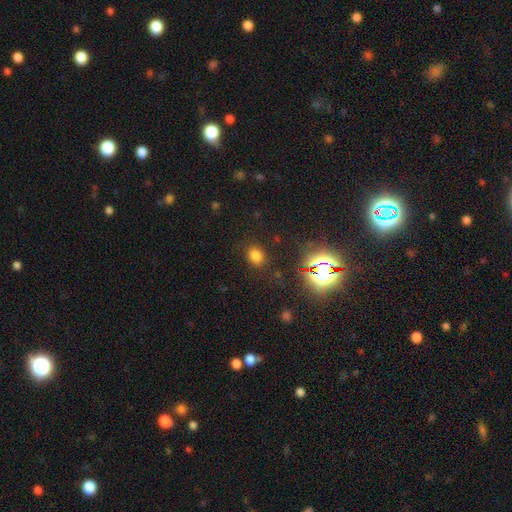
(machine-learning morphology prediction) Overall: smooth (72%). How rounded: round (53%; in between 46%). Merging: none (85%).